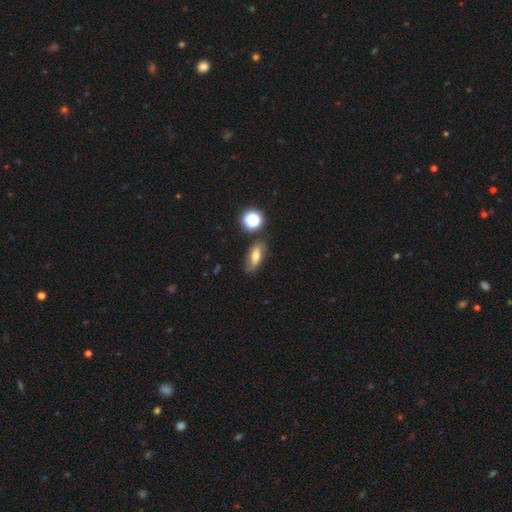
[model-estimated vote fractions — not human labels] Q: Smooth or featured?
A: smooth (57%); runner-up: featured or disk (30%)
Q: How rounded?
A: in between (70%); runner-up: cigar-shaped (19%)
Q: Merging?
A: none (74%); runner-up: minor disturbance (16%)